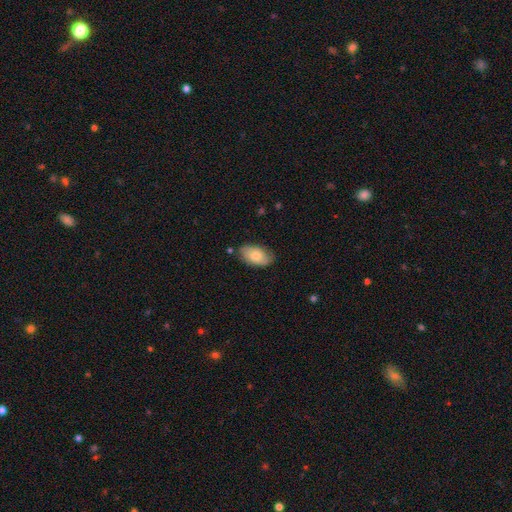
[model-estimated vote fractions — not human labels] Overall: smooth (75%). How rounded: in between (94%). Merging: none (77%).